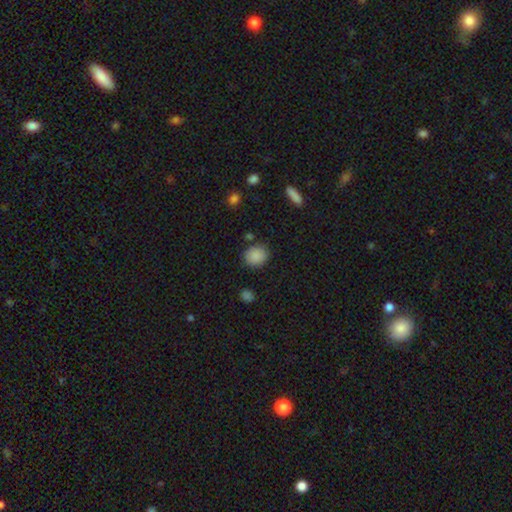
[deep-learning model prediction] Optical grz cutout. It shows a smooth galaxy with no disk features (88%) that is round (75%). Merging: none (83%).